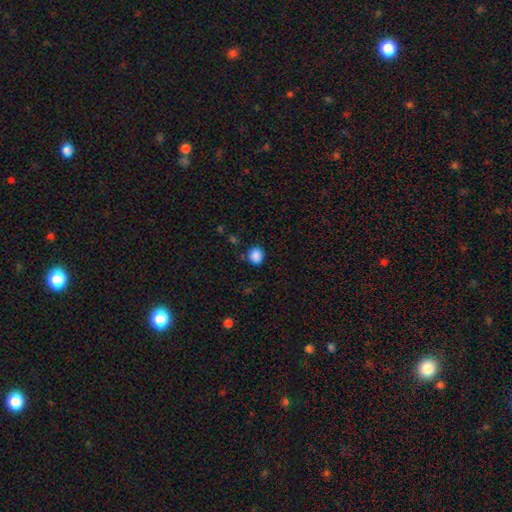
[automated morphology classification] type=smooth (87%); roundness=round (82%); merging=none (84%).